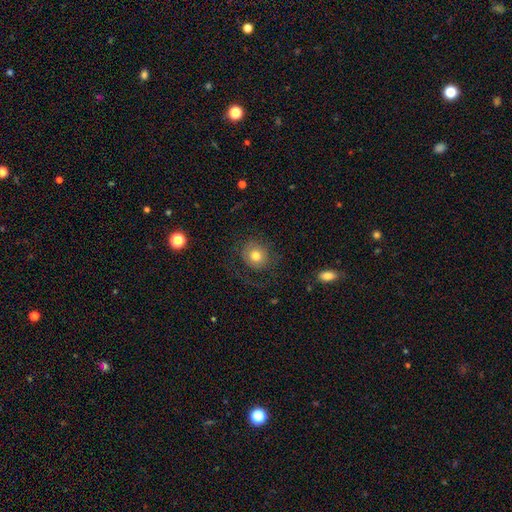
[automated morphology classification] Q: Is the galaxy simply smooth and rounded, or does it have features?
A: smooth — 72%.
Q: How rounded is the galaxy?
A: round — 86%.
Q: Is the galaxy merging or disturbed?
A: none — 67%.